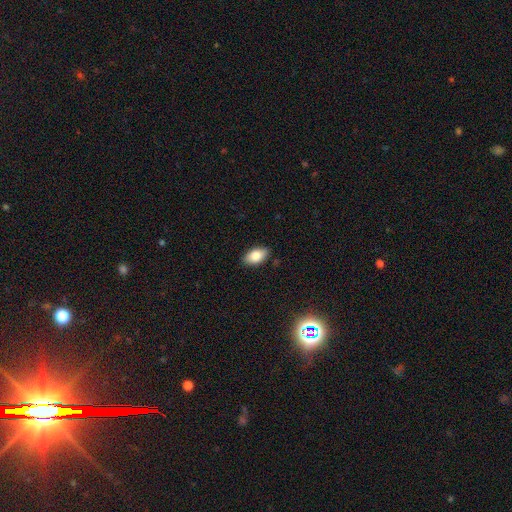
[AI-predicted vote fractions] Overall: smooth (82%). How rounded: in between (92%). Merging: none (87%).